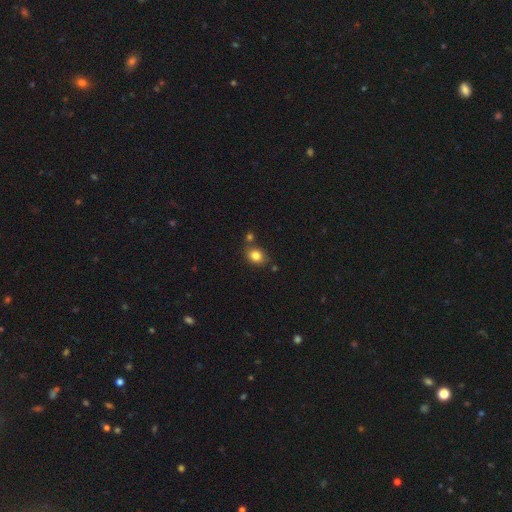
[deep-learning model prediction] Morphology: type=smooth (82%); roundness=in between (51%); merging=none (68%).